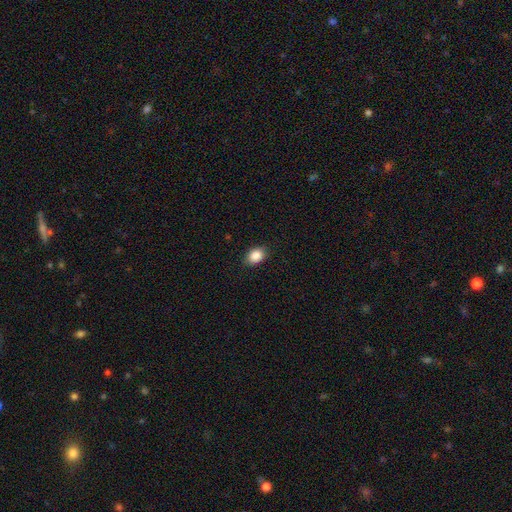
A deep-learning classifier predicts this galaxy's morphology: Smooth or featured?
  - smooth: 88% *
  - star or artifact: 8%
  - featured or disk: 4%
How rounded?
  - in between: 72% *
  - round: 27%
  - cigar-shaped: 1%
Merging?
  - none: 88% *
  - minor disturbance: 8%
  - major disturbance: 2%
  - merger: 1%